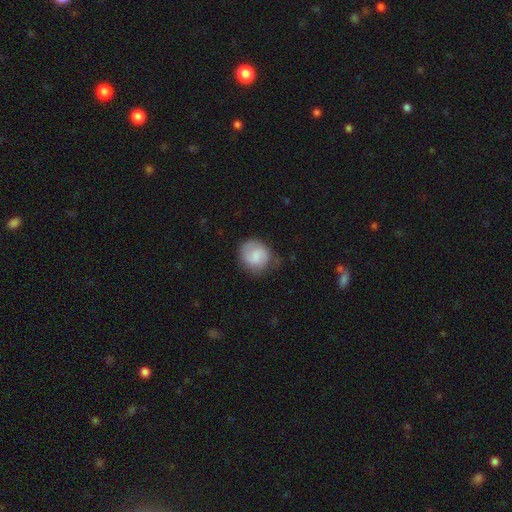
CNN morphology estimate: Smooth or featured? smooth (75%)
How rounded? round (81%)
Merging? none (59%)